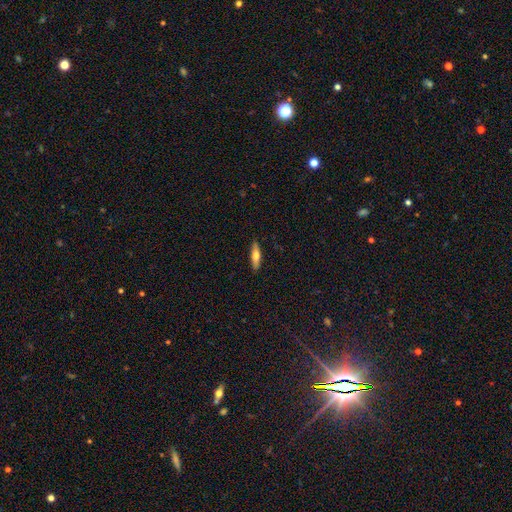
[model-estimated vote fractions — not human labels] This is likely a smooth galaxy (62%). How rounded: likely cigar-shaped (64%). Merging: clearly none (89%).